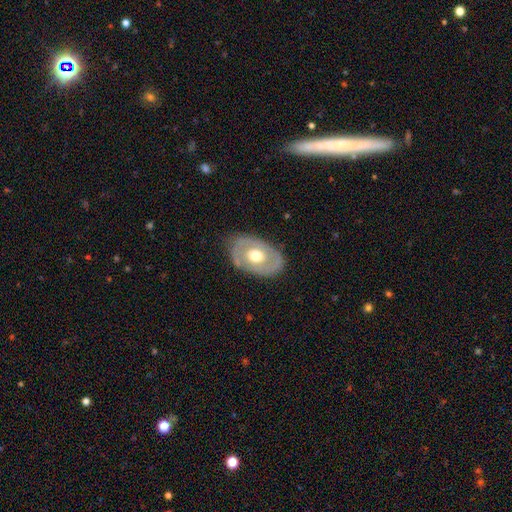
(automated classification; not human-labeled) smooth_or_featured: featured or disk (p=0.58) [alt: smooth p=0.37]
disk_edge_on: no (p=0.91) [alt: yes p=0.09]
bar: no (p=0.86) [alt: weak p=0.11]
has_spiral_arms: no (p=0.76) [alt: yes p=0.24]
bulge_size: moderate (p=0.72) [alt: large p=0.15]
merging: none (p=0.78) [alt: minor disturbance p=0.15]